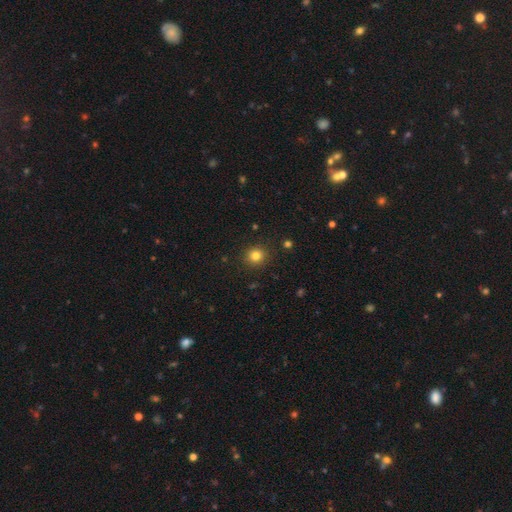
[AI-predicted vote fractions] Q: Smooth or featured?
A: smooth (81%); runner-up: star or artifact (14%)
Q: How rounded?
A: round (89%); runner-up: in between (10%)
Q: Merging?
A: none (90%); runner-up: minor disturbance (6%)